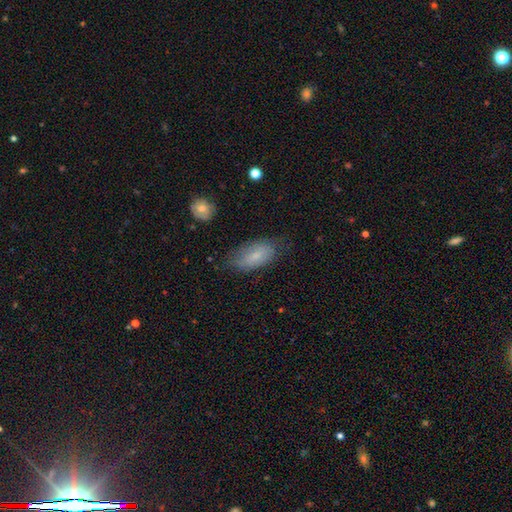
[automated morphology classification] type=smooth (73%); roundness=in between (90%); merging=none (69%).